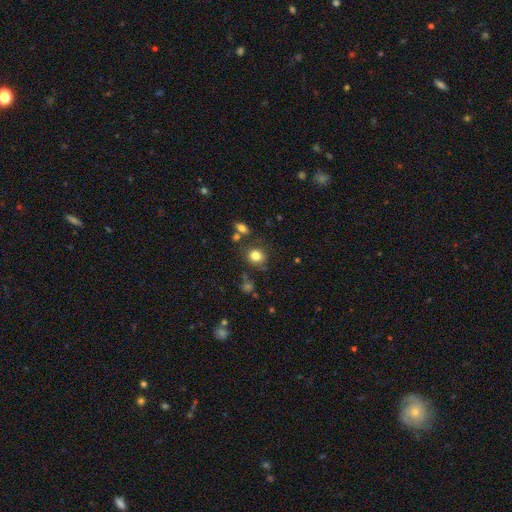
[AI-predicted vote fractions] Smooth or featured? smooth (81%)
How rounded? round (72%)
Merging? none (78%)